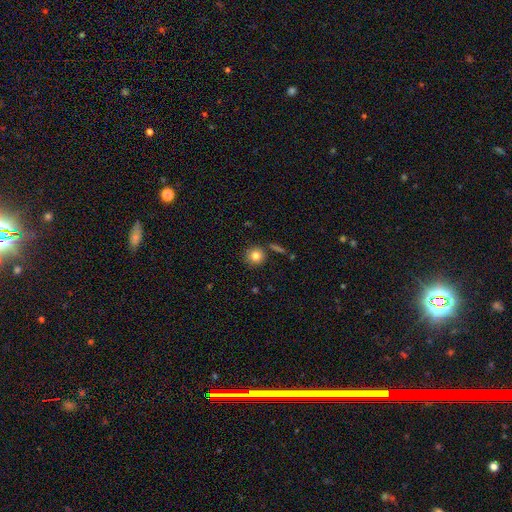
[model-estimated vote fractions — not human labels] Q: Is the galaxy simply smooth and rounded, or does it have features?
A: smooth — 82%.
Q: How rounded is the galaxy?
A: round — 92%.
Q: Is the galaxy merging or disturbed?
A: none — 82%.